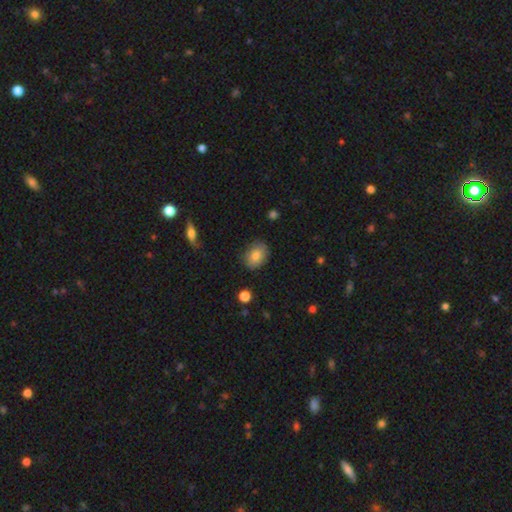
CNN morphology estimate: Smooth or featured?
  - smooth: 83% *
  - featured or disk: 10%
  - star or artifact: 8%
How rounded?
  - in between: 68% *
  - round: 31%
  - cigar-shaped: 1%
Merging?
  - none: 80% *
  - minor disturbance: 15%
  - major disturbance: 3%
  - merger: 1%